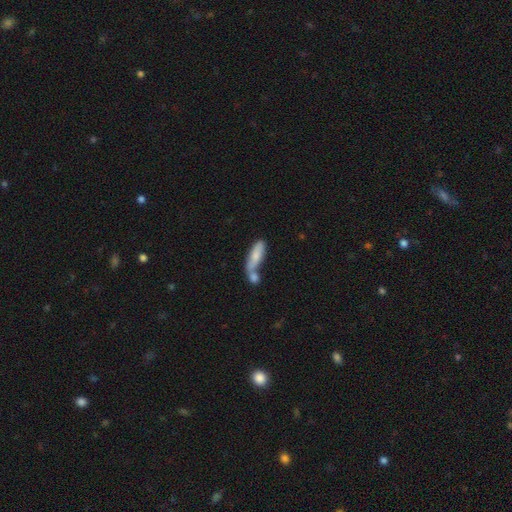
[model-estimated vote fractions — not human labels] Overall: smooth (72%). How rounded: in between (54%; cigar-shaped 43%). Merging: merger (58%; none 25%).